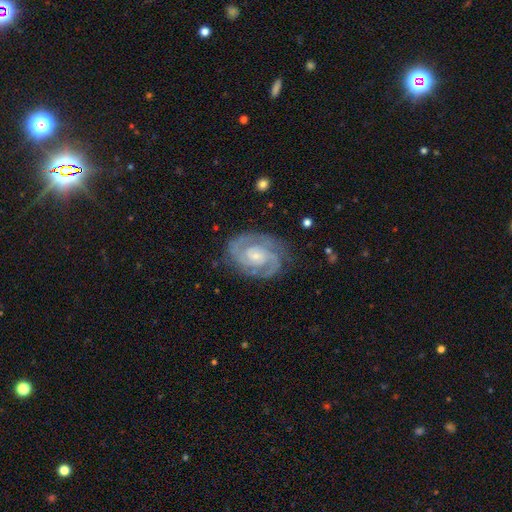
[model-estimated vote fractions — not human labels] This appears to be a featured or disk galaxy (92%) with no bar (56%), 2 (82%) tight (64%) spiral arms (98%) and a small central bulge (66%). Merging: none (80%).